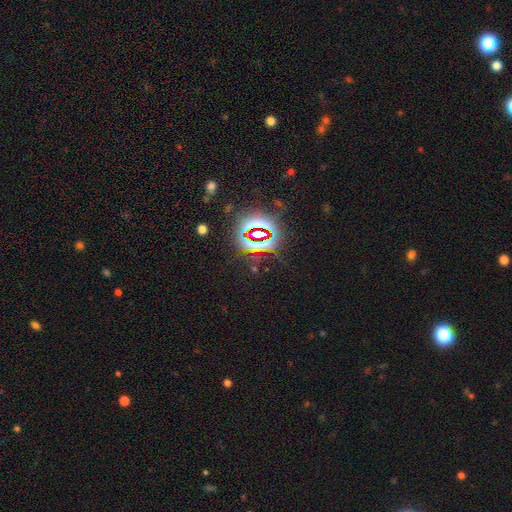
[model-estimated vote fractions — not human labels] Overall: star or artifact (81%).